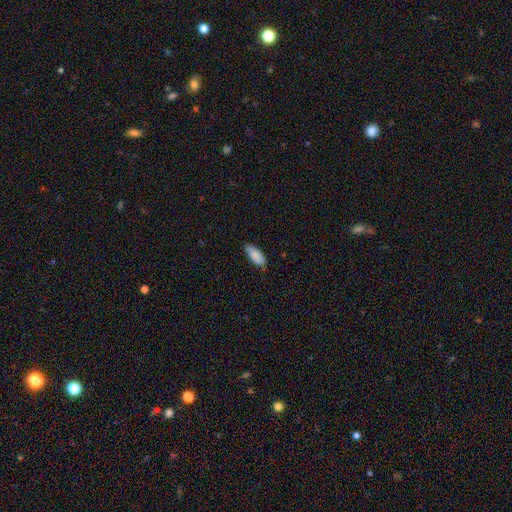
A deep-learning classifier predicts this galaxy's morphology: A smooth galaxy with no disk features (87%) that is in between round and cigar-shaped (83%). Merging: none (79%).